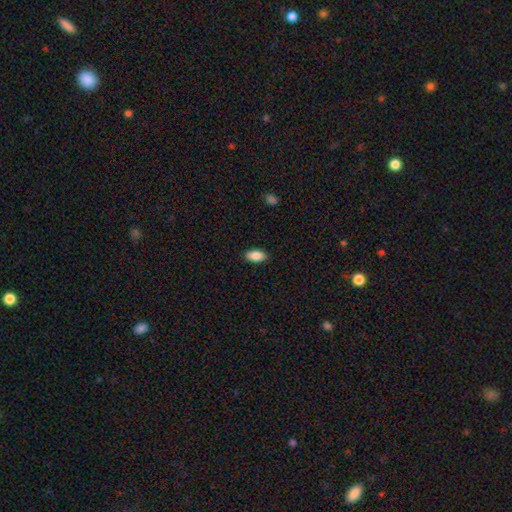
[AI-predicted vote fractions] Smooth or featured? smooth (88%)
How rounded? in between (92%)
Merging? none (89%)